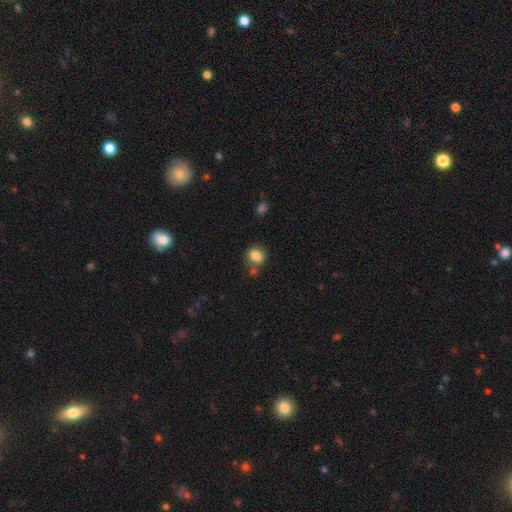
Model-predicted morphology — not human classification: Overall: smooth (84%). How rounded: round (60%; in between 39%). Merging: none (66%).